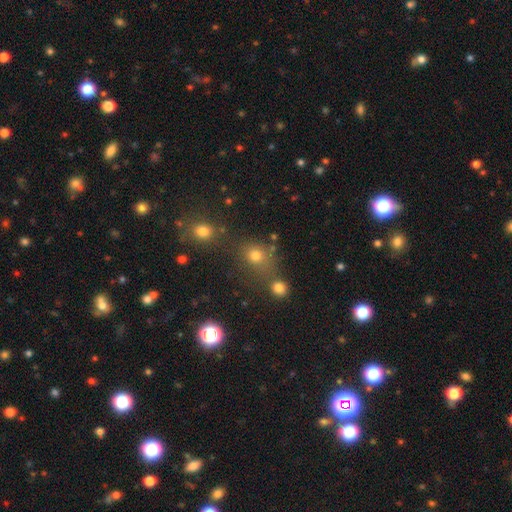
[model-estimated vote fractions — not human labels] Smooth or featured? Predicted: smooth (p=0.72). How rounded? Predicted: round (p=0.69). Merging? Predicted: none (p=0.57).